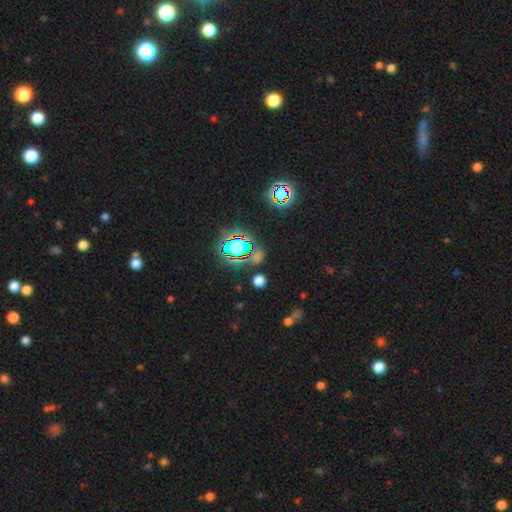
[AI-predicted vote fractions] Overall: star or artifact (71%).